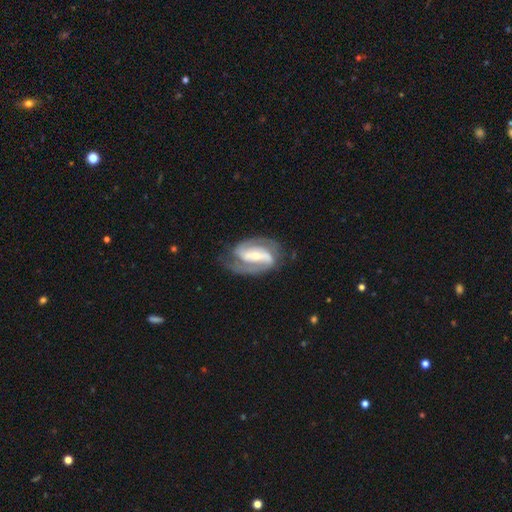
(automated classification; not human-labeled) A featured or disk galaxy (88%) with a strong bar (57%), 2 (85%) medium (48%) spiral arms (96%) and a small central bulge (54%). Merging: none (71%).